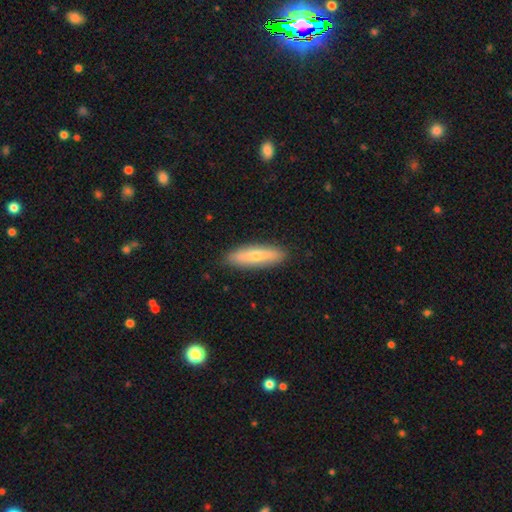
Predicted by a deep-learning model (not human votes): Smooth or featured: smooth — 56% (featured or disk — 38%)
How rounded: cigar-shaped — 73% (in between — 25%)
Merging: none — 89% (minor disturbance — 8%)